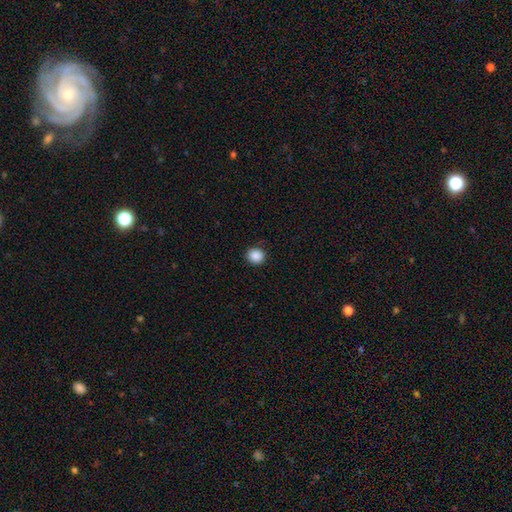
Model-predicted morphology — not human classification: A smooth galaxy with no disk features (88%) that is round (88%). Merging: none (89%).